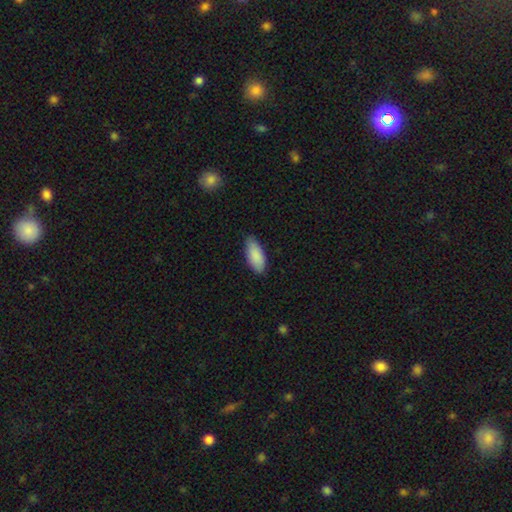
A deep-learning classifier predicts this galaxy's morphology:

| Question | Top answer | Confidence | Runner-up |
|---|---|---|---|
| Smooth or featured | smooth | 89% | star or artifact (6%) |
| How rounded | in between | 85% | cigar-shaped (13%) |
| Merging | none | 77% | minor disturbance (19%) |